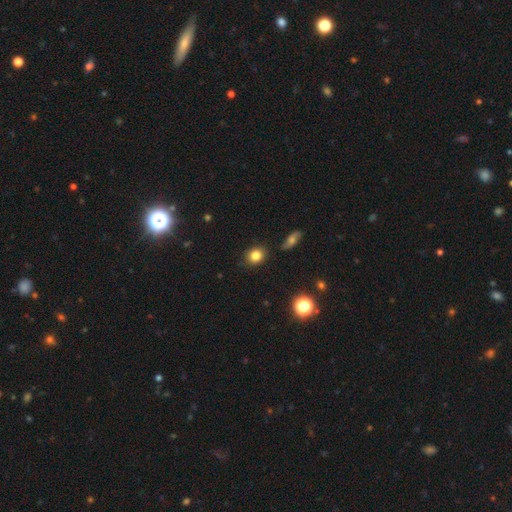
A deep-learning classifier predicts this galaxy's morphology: A smooth galaxy with no disk features (82%) that is round (73%). Merging: none (86%).